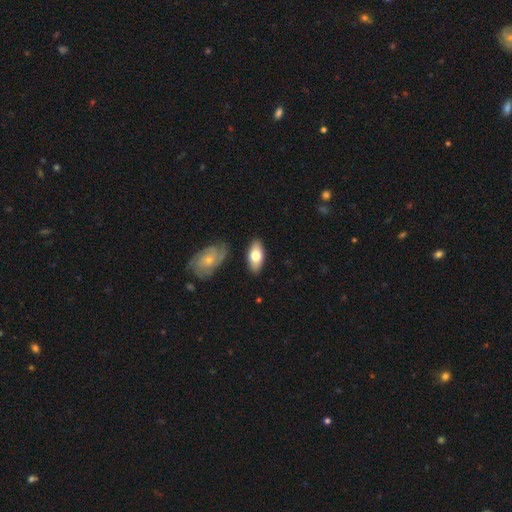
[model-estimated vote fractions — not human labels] A smooth galaxy with no disk features (68%) that is in between round and cigar-shaped (90%).

Vote fractions:
- Smooth or featured? smooth: 68% / featured or disk: 27% / star or artifact: 6%
- How rounded? in between: 90% / cigar-shaped: 7% / round: 3%
- Merging? none: 81% / minor disturbance: 12% / merger: 4% / major disturbance: 3%